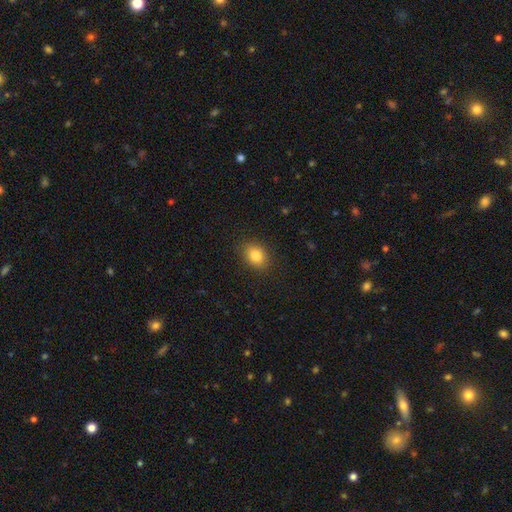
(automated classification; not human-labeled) The model was most divided on "how rounded": in between: 65%, round: 34%, cigar-shaped: 1%. More confident: merging — none (88%); smooth or featured — smooth (83%).